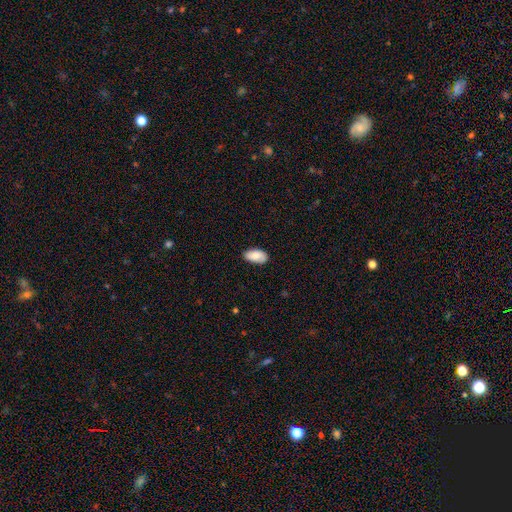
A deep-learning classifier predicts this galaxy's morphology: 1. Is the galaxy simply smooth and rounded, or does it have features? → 84% smooth, 10% featured or disk, 6% star or artifact.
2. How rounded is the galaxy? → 95% in between, 3% round, 2% cigar-shaped.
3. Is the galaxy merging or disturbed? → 83% none, 14% minor disturbance, 2% major disturbance, 1% merger.